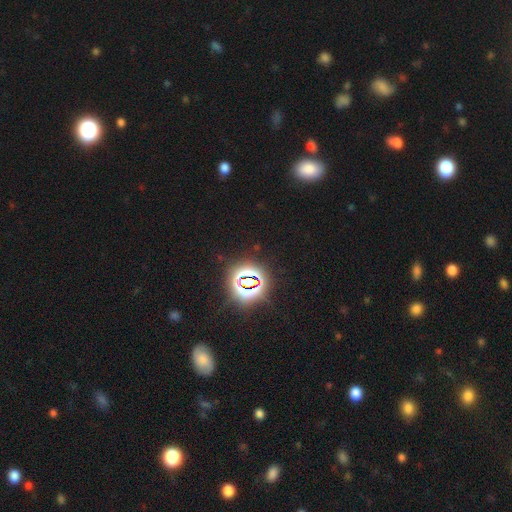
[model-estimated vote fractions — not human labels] A star or artifact, not a galaxy (78%).

Vote fractions:
- Smooth or featured? star or artifact: 78% / smooth: 15% / featured or disk: 7%